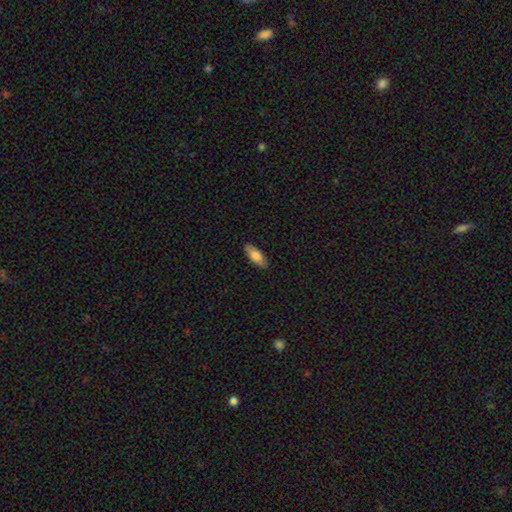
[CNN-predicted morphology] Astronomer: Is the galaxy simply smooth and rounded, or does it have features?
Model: smooth — 80%.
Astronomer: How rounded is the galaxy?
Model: in between — 73%.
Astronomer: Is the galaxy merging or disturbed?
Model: none — 88%.